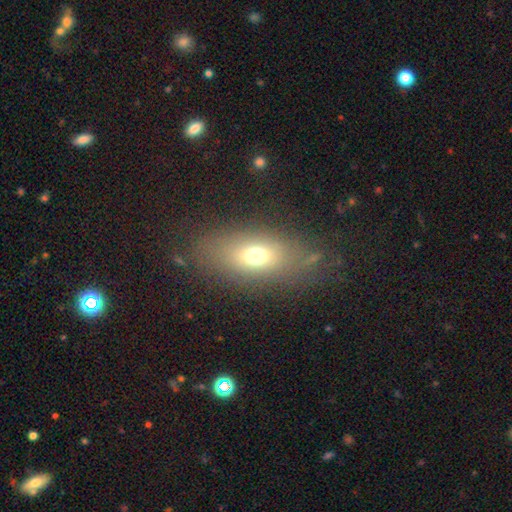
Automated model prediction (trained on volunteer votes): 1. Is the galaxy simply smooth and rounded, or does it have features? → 66% smooth, 19% featured or disk, 15% star or artifact.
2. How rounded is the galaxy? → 75% in between, 18% round, 8% cigar-shaped.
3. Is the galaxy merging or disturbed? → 74% none, 14% minor disturbance, 10% major disturbance, 3% merger.